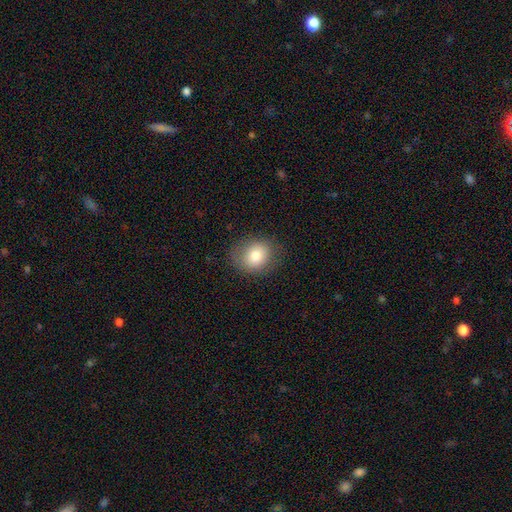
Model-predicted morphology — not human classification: Q: Smooth or featured?
A: smooth (77%); runner-up: featured or disk (13%)
Q: How rounded?
A: round (61%); runner-up: in between (38%)
Q: Merging?
A: none (80%); runner-up: minor disturbance (14%)